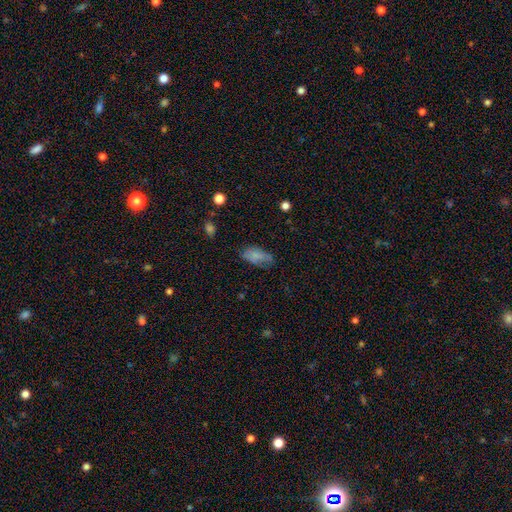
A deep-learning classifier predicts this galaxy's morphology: A smooth galaxy with no disk features (75%) that is in between round and cigar-shaped (92%). Merging: none (60%).